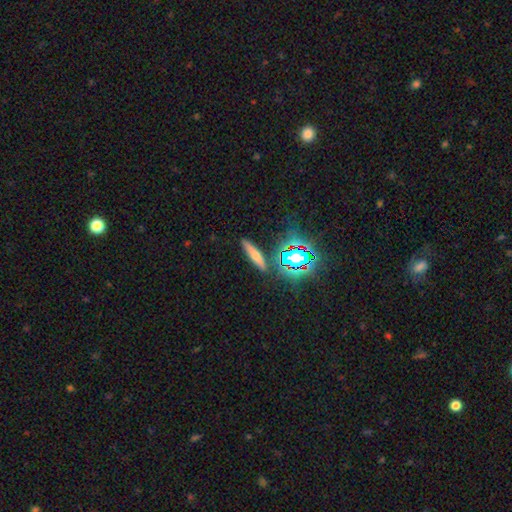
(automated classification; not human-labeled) This is possibly a smooth galaxy (53%). How rounded: clearly cigar-shaped (80%). Merging: clearly none (85%).